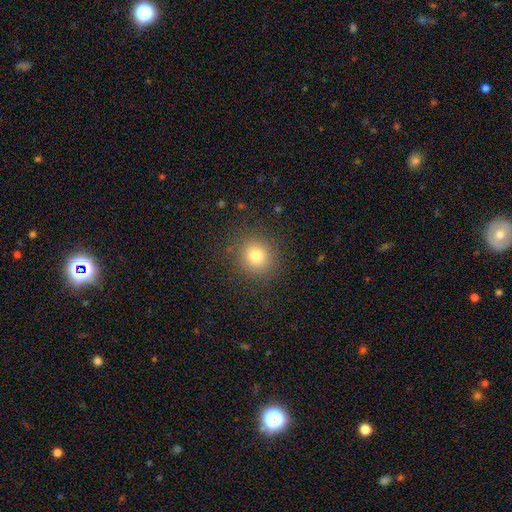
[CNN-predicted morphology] A smooth galaxy with no disk features (77%) that is round (89%).

Vote fractions:
- Smooth or featured? smooth: 77% / star or artifact: 14% / featured or disk: 9%
- How rounded? round: 89% / in between: 10% / cigar-shaped: 1%
- Merging? none: 87% / minor disturbance: 8% / major disturbance: 4% / merger: 1%